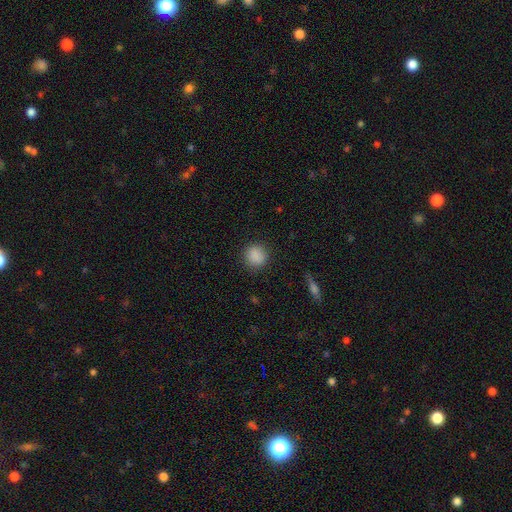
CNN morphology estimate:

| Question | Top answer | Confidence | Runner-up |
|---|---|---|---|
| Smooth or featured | smooth | 88% | star or artifact (9%) |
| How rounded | round | 87% | in between (12%) |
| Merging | none | 88% | minor disturbance (8%) |